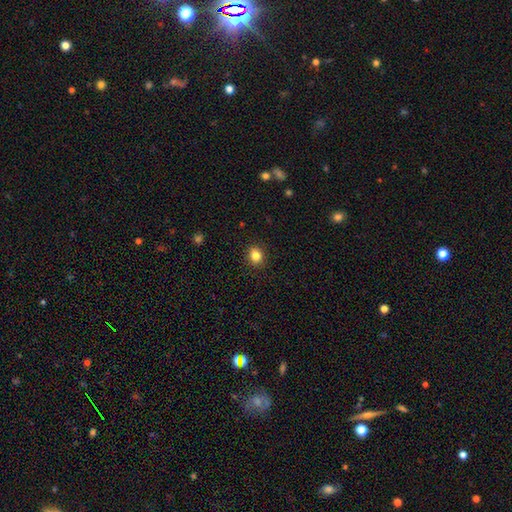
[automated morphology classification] Overall: smooth (83%). How rounded: round (70%). Merging: none (90%).